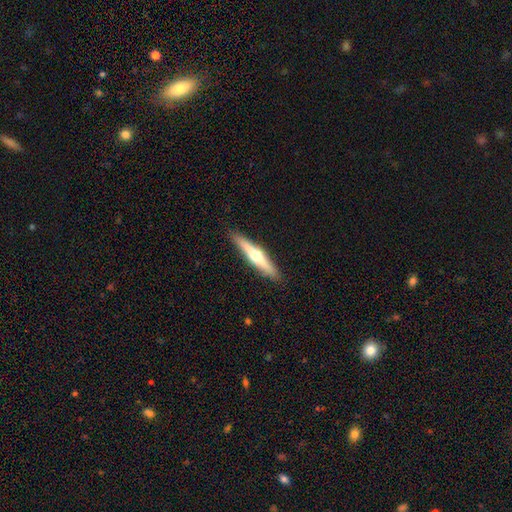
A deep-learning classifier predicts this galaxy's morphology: Smooth or featured? featured or disk (59%)
Edge-on disk? yes (96%)
Edge-on bulge? rounded (91%)
Merging? none (91%)